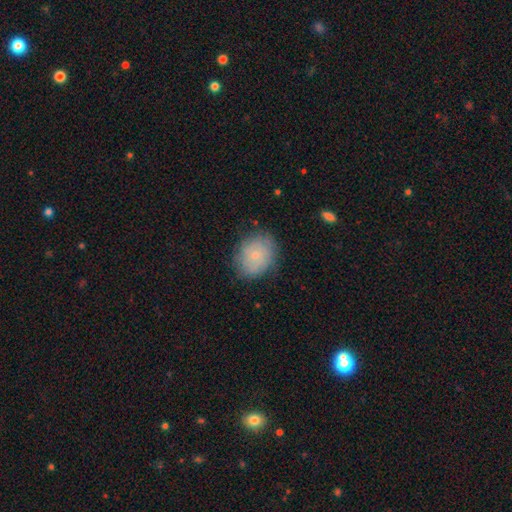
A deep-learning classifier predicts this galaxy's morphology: Overall: smooth (63%; featured or disk 29%). How rounded: round (59%; in between 40%). Merging: none (77%).